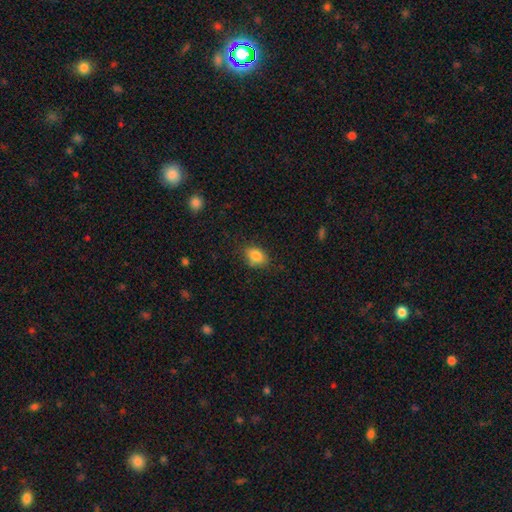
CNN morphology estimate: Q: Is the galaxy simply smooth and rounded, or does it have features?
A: smooth — 84%.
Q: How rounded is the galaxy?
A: in between — 75%.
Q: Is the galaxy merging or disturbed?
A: none — 77%.